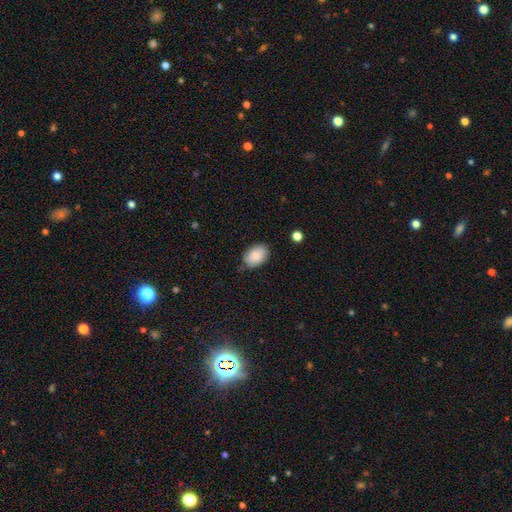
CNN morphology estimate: smooth-or-featured: smooth: 83% | featured or disk: 10% | star or artifact: 7%
  how-rounded: in between: 84% | round: 15% | cigar-shaped: 1%
  merging: none: 73% | minor disturbance: 22% | major disturbance: 4% | merger: 2%